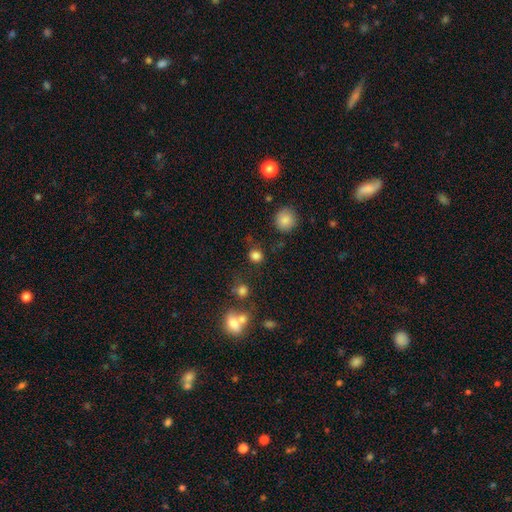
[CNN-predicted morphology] This is clearly a smooth galaxy (81%). How rounded: clearly round (82%). Merging: likely none (79%).